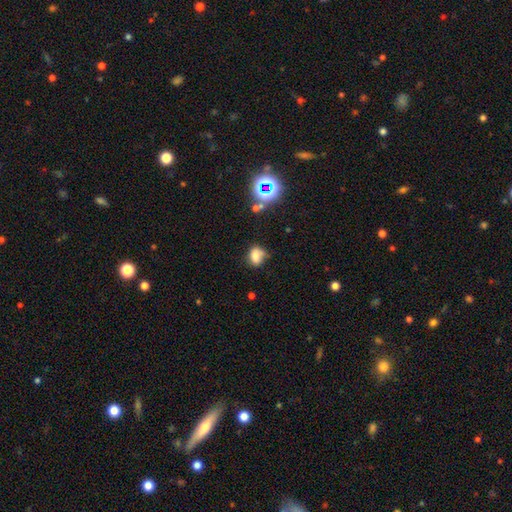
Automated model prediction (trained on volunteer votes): Overall: smooth (72%). How rounded: in between (60%; round 39%). Merging: none (47%; minor disturbance 31%).